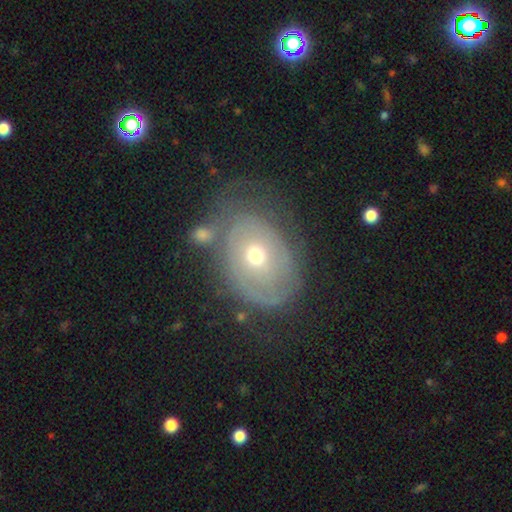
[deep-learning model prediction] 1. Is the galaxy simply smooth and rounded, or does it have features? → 61% featured or disk, 30% smooth, 9% star or artifact.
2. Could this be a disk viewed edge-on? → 95% no, 5% yes.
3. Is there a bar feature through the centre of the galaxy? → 83% no, 14% weak, 3% strong.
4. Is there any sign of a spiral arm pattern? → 58% yes, 42% no.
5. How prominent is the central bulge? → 56% moderate, 38% small, 4% large, 1% dominant, 1% none.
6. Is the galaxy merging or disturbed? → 45% none, 22% minor disturbance, 21% major disturbance, 12% merger.